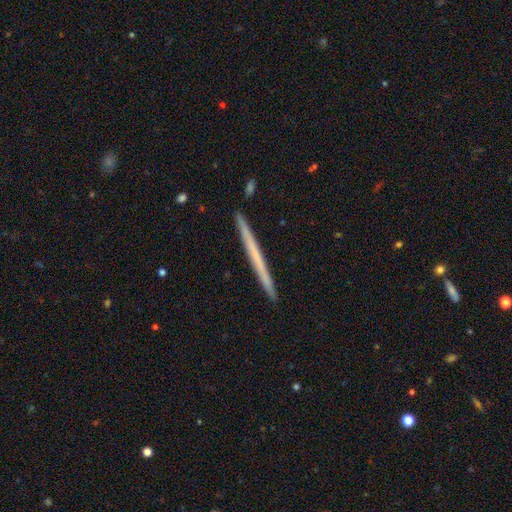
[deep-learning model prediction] Overall: featured or disk (48%; smooth 46%). Merging: none (93%).